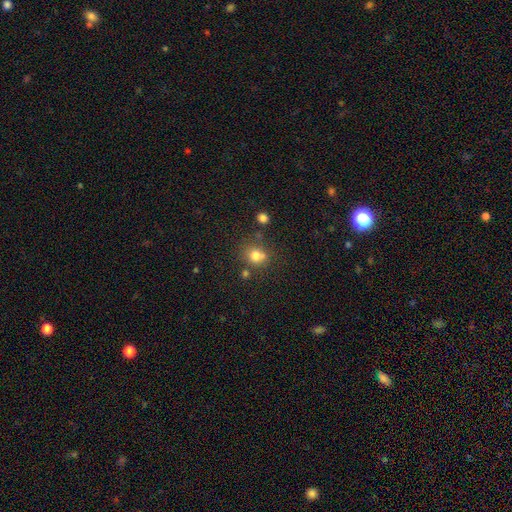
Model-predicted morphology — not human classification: type=smooth (77%); roundness=round (71%); merging=none (61%).